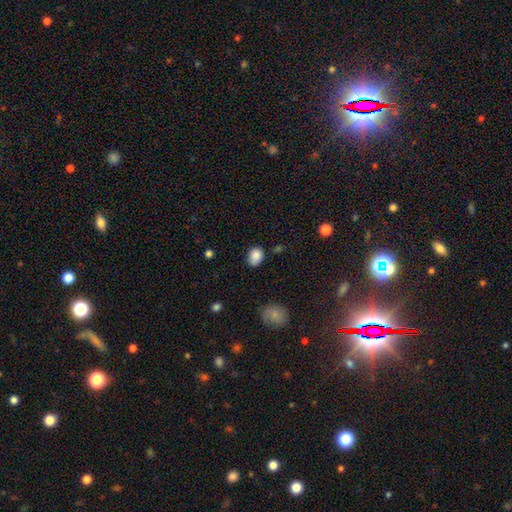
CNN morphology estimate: Smooth or featured? Predicted: smooth (p=0.86). How rounded? Predicted: in between (p=0.59). Merging? Predicted: none (p=0.72).